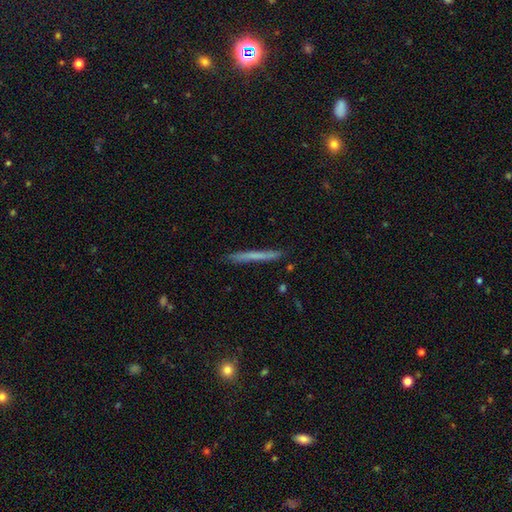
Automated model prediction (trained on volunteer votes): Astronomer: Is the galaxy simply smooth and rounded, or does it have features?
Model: smooth — 59%.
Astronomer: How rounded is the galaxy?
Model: cigar-shaped — 97%.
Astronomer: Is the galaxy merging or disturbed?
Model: none — 88%.